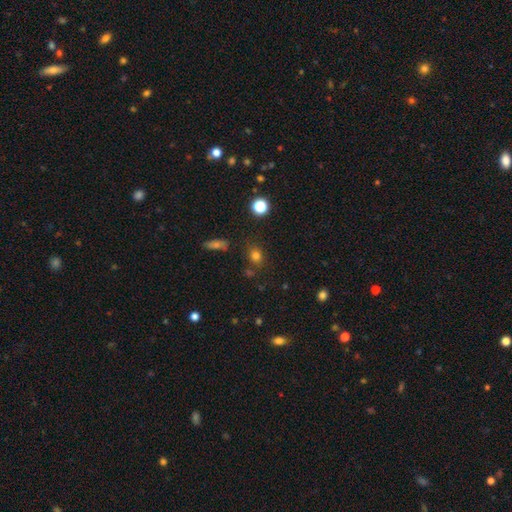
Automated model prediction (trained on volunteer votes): A smooth galaxy with no disk features (75%) that is round (61%).

Vote fractions:
- Smooth or featured? smooth: 75% / star or artifact: 18% / featured or disk: 7%
- How rounded? round: 61% / in between: 37% / cigar-shaped: 2%
- Merging? none: 77% / minor disturbance: 13% / merger: 6% / major disturbance: 4%